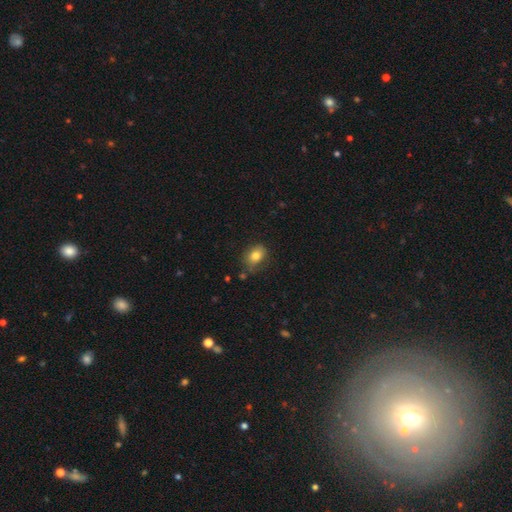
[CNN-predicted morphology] This appears to be a smooth galaxy with no disk features (81%) that is in between round and cigar-shaped (68%). Merging: none (70%).